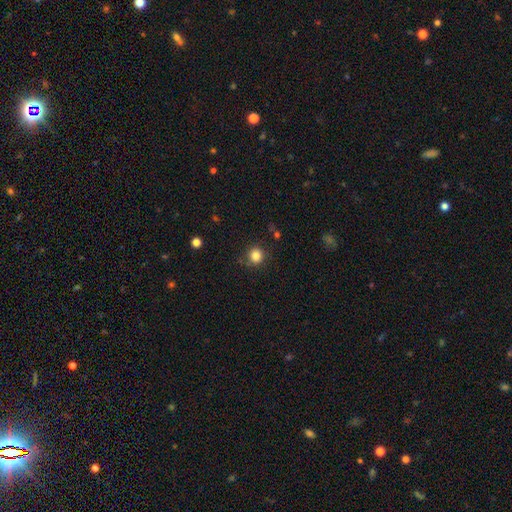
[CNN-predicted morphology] A smooth galaxy with no disk features (84%) that is round (91%).

Vote fractions:
- Smooth or featured? smooth: 84% / star or artifact: 12% / featured or disk: 5%
- How rounded? round: 91% / in between: 8% / cigar-shaped: 1%
- Merging? none: 85% / minor disturbance: 9% / major disturbance: 3% / merger: 3%